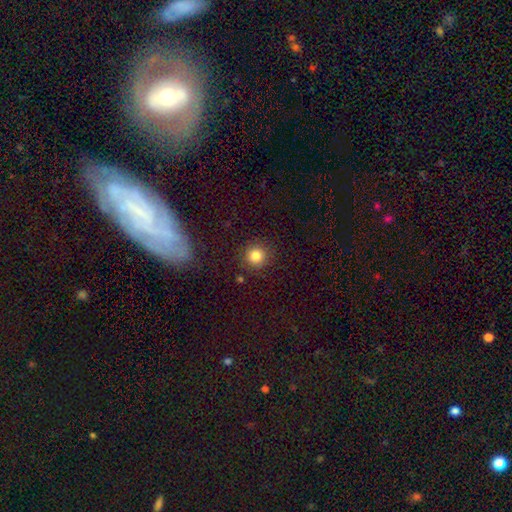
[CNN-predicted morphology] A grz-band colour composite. It shows a smooth galaxy with no disk features (83%) that is round (93%). Merging: none (89%).